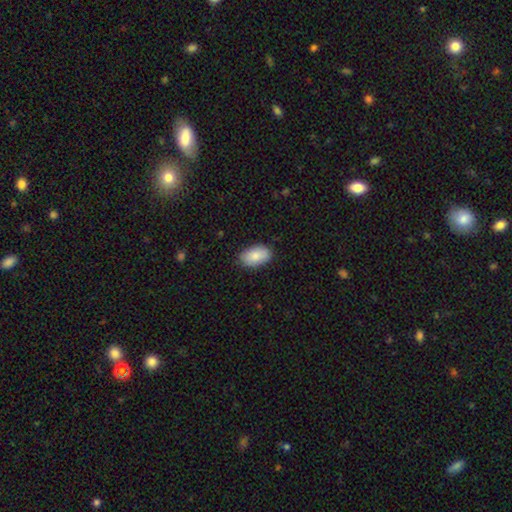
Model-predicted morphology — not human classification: Smooth or featured? smooth (86%)
How rounded? in between (94%)
Merging? none (84%)